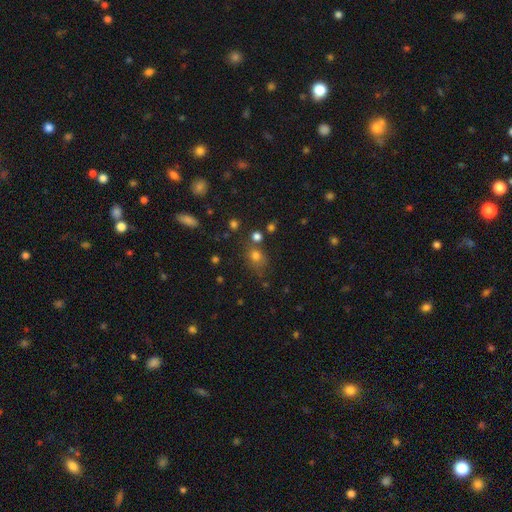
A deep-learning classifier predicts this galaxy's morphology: This is likely a smooth galaxy (74%). How rounded: possibly round (57%). Merging: likely none (62%).